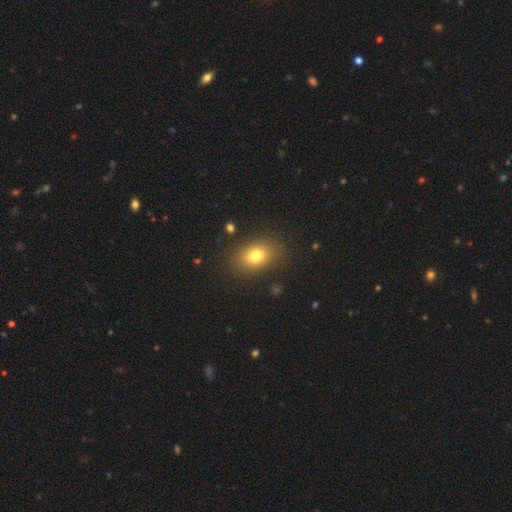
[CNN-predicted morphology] The model was most divided on "how rounded": in between: 71%, round: 28%, cigar-shaped: 1%. More confident: merging — none (85%); smooth or featured — smooth (77%).